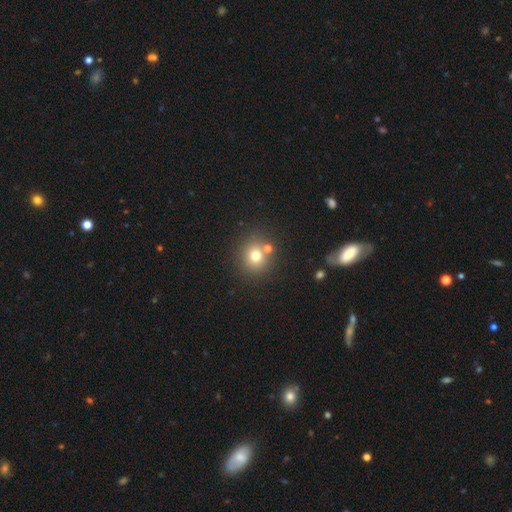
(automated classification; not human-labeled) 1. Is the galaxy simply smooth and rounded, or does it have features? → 74% smooth, 15% star or artifact, 11% featured or disk.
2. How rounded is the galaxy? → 87% round, 12% in between, 1% cigar-shaped.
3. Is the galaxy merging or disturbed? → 73% none, 15% merger, 8% minor disturbance, 3% major disturbance.